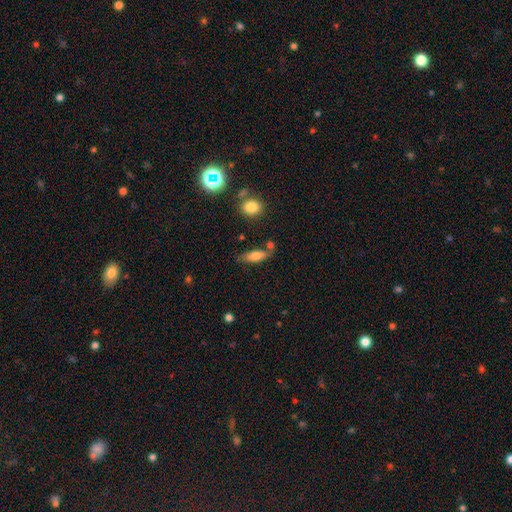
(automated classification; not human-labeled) Smooth or featured? Predicted: smooth (p=0.74). How rounded? Predicted: in between (p=0.66). Merging? Predicted: none (p=0.65).